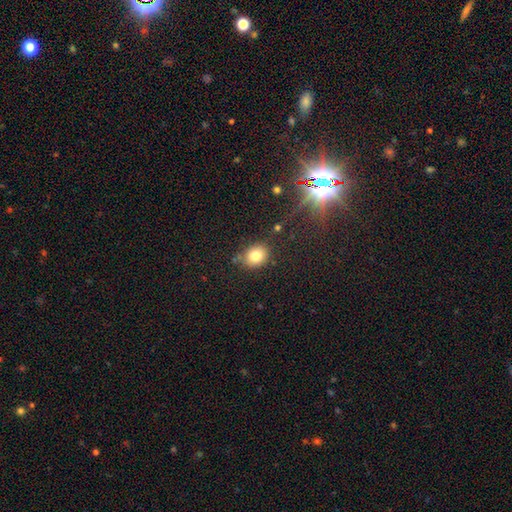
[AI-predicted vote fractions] The model was most divided on "how rounded": round: 62%, in between: 37%, cigar-shaped: 1%. More confident: smooth or featured — smooth (79%); merging — none (75%).